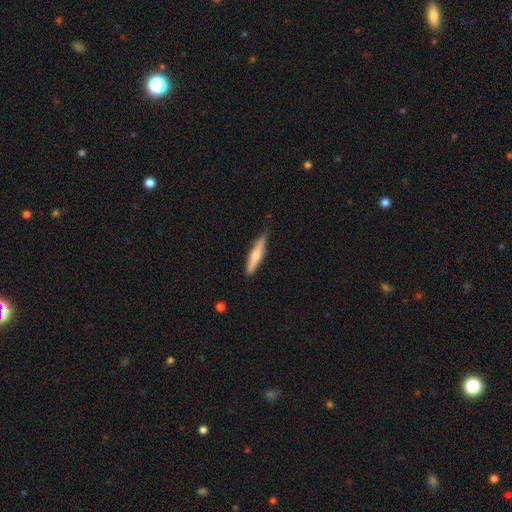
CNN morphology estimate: Smooth or featured?
  - smooth: 51% *
  - featured or disk: 44%
  - star or artifact: 6%
How rounded?
  - cigar-shaped: 87% *
  - in between: 11%
  - round: 2%
Merging?
  - none: 78% *
  - minor disturbance: 17%
  - major disturbance: 3%
  - merger: 2%